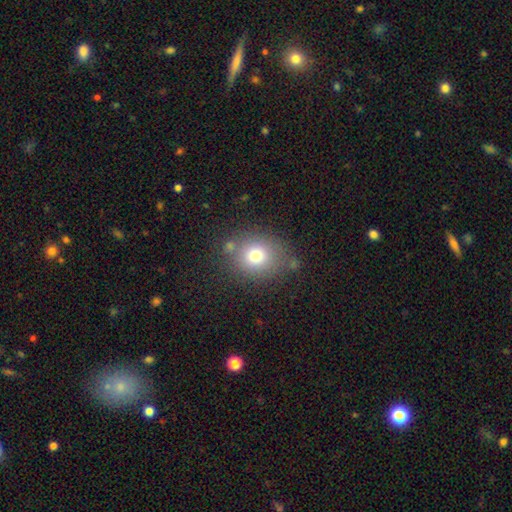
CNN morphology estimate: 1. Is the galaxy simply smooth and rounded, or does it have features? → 74% smooth, 14% star or artifact, 12% featured or disk.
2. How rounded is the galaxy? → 79% round, 21% in between, 1% cigar-shaped.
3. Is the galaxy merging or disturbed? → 73% none, 14% minor disturbance, 7% merger, 6% major disturbance.